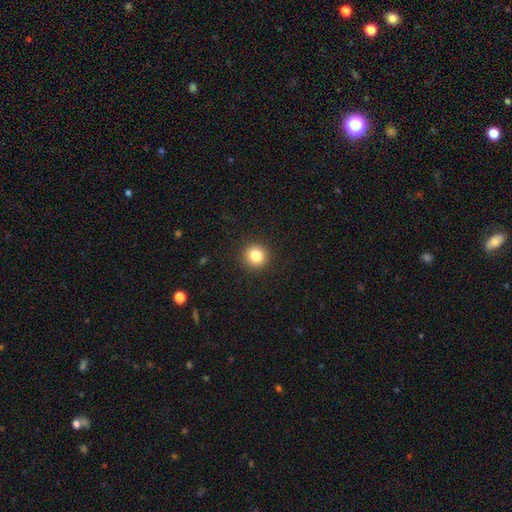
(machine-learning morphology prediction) Overall: smooth (82%). How rounded: round (93%). Merging: none (92%).